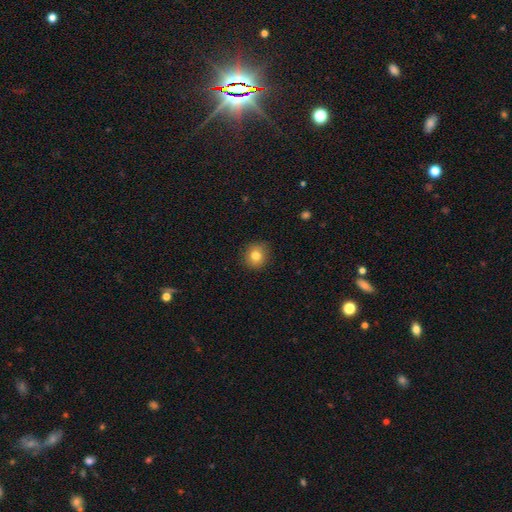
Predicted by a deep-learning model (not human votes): Q: Smooth or featured?
A: smooth (81%); runner-up: star or artifact (11%)
Q: How rounded?
A: round (87%); runner-up: in between (12%)
Q: Merging?
A: none (90%); runner-up: minor disturbance (7%)